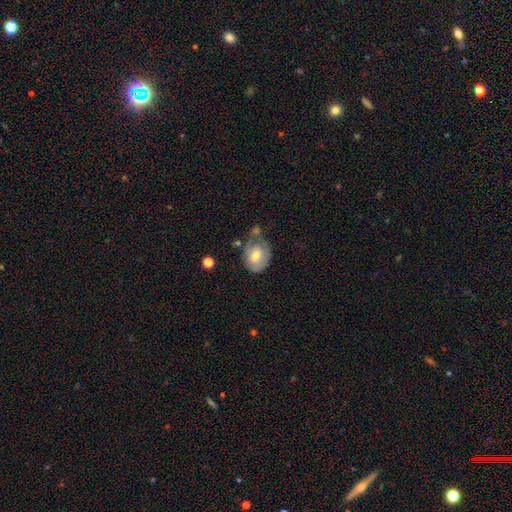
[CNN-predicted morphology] Overall: smooth (57%; featured or disk 36%). How rounded: in between (50%; round 49%). Merging: none (43%; minor disturbance 26%).